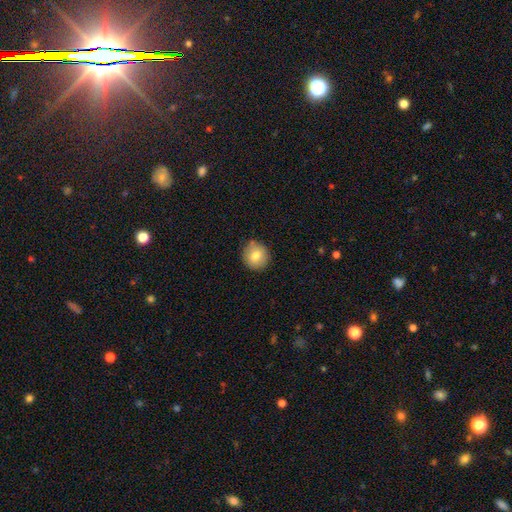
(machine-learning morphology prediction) smooth_or_featured: smooth (p=0.79) [alt: featured or disk p=0.12]
how_rounded: round (p=0.92) [alt: in between p=0.07]
merging: none (p=0.86) [alt: minor disturbance p=0.10]